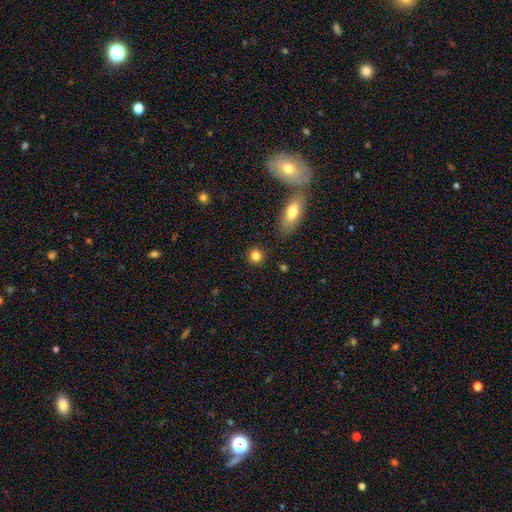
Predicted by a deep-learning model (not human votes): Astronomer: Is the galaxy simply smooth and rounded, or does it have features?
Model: smooth — 83%.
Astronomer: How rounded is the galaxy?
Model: round — 90%.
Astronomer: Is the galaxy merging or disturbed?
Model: none — 89%.